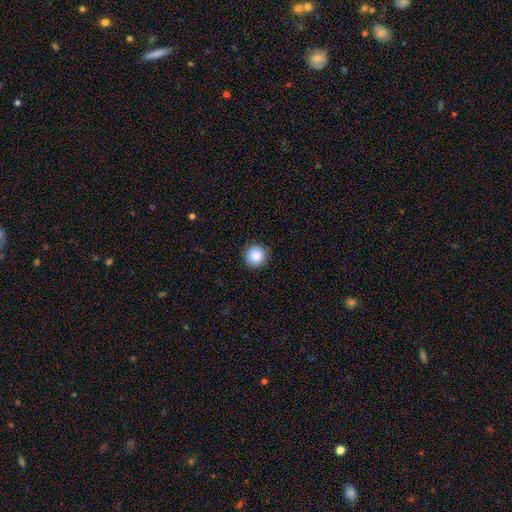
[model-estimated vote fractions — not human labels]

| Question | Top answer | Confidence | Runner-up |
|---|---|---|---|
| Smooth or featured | smooth | 88% | star or artifact (9%) |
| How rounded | round | 96% | in between (3%) |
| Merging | none | 93% | minor disturbance (5%) |